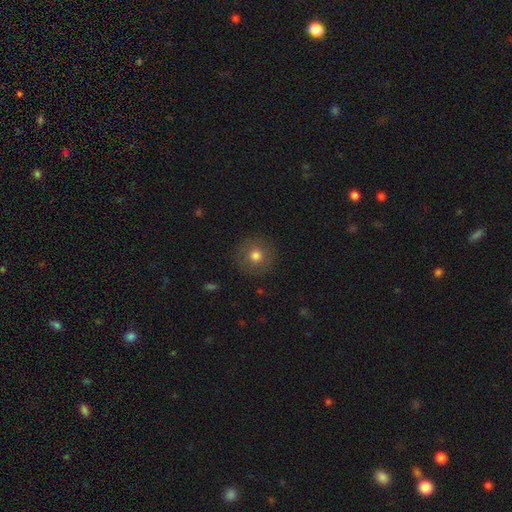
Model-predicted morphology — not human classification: smooth_or_featured: smooth (p=0.76) [alt: featured or disk p=0.13]
how_rounded: round (p=0.94) [alt: in between p=0.05]
merging: none (p=0.89) [alt: minor disturbance p=0.07]